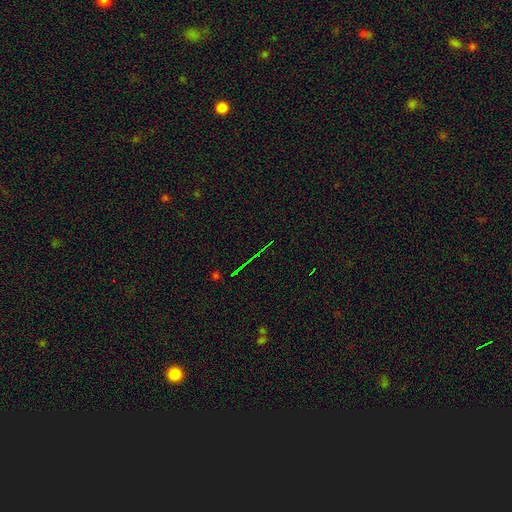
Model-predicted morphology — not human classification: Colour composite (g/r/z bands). It shows a star or artifact, not a galaxy (72%).